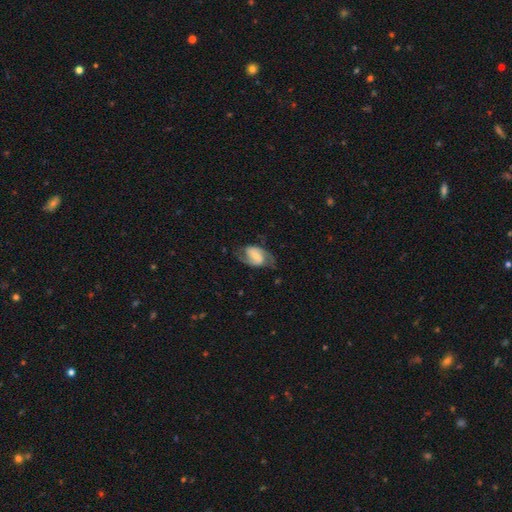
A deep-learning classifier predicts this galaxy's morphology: smooth-or-featured: featured or disk: 76% | smooth: 18% | star or artifact: 6%
  disk-edge-on: no: 97% | yes: 3%
    bar: weak: 43% | no: 32% | strong: 25%
    has-spiral-arms: yes: 93% | no: 7%
      spiral-winding: medium: 50% | loose: 30% | tight: 20%
      spiral-arm-count: 2: 89% | can't tell: 5% | 1: 3% | 3: 1% | 4: 1% | more than 4: 1%
    bulge-size: small: 51% | moderate: 29% | none: 12% | large: 6% | dominant: 2%
  merging: none: 68% | minor disturbance: 19% | major disturbance: 11% | merger: 2%